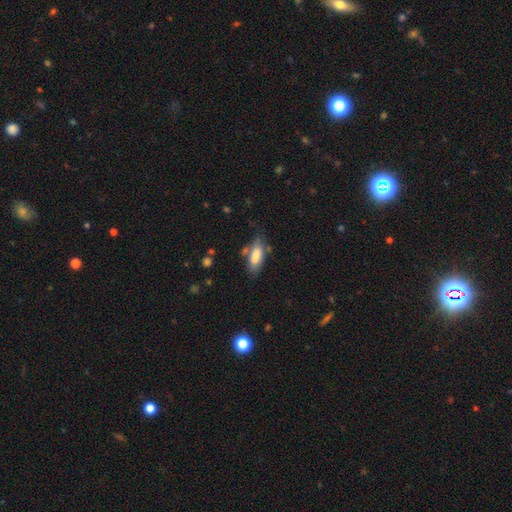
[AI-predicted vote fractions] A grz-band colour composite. It shows a smooth galaxy with no disk features (75%) that is in between round and cigar-shaped (75%). Merging: none (58%).